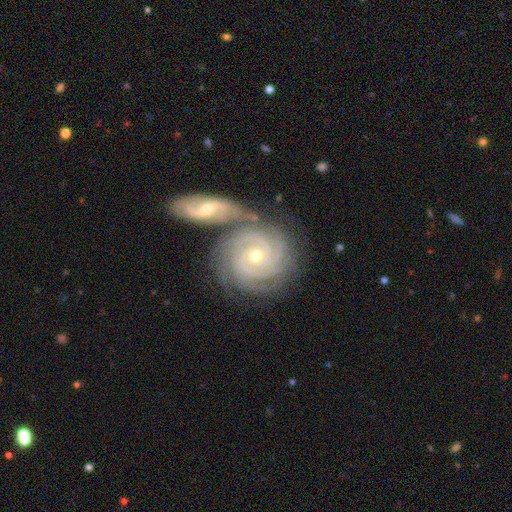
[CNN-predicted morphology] A featured or disk galaxy (91%) with no bar (65%), 3 (31%) tight (85%) spiral arms (98%) and a small central bulge (59%). Merging: none (52%).